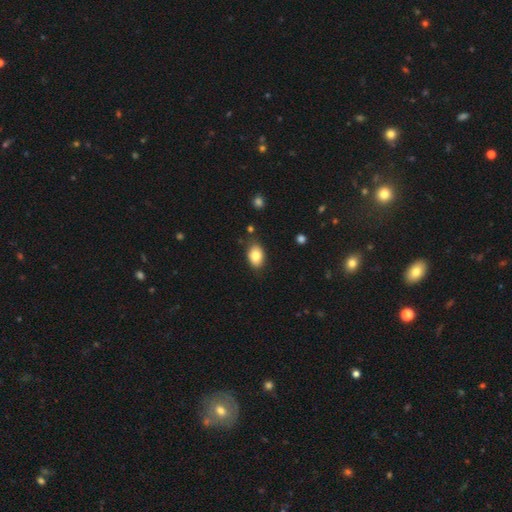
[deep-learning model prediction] A smooth galaxy with no disk features (83%) that is in between round and cigar-shaped (86%). Merging: none (82%).